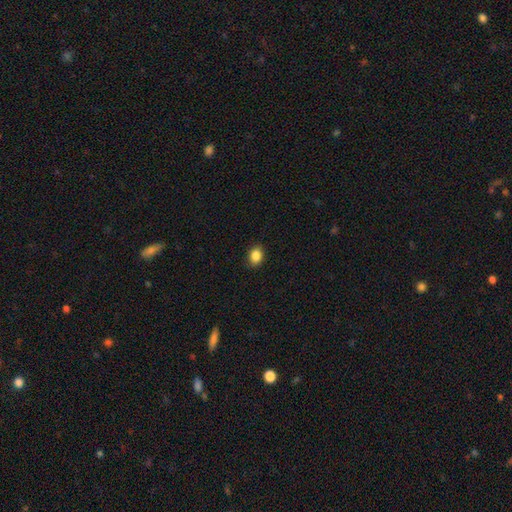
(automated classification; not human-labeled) Q: Smooth or featured?
A: smooth (87%); runner-up: star or artifact (9%)
Q: How rounded?
A: in between (66%); runner-up: round (33%)
Q: Merging?
A: none (88%); runner-up: minor disturbance (9%)